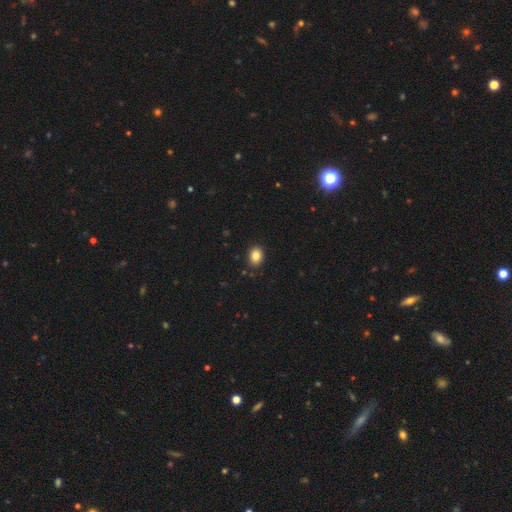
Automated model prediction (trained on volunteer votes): Morphology: type=smooth (85%); roundness=in between (54%); merging=none (89%).